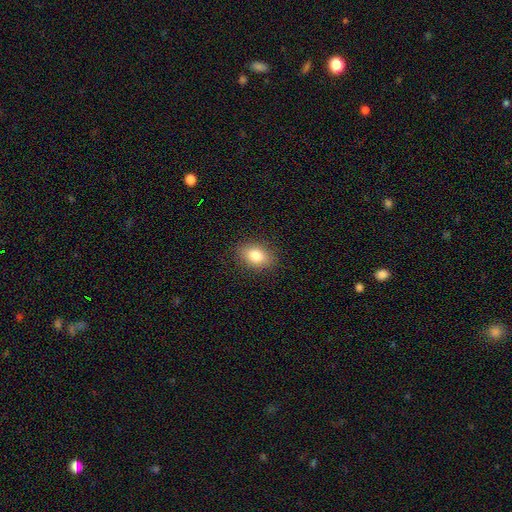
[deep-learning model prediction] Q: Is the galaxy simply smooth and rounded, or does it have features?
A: smooth — 82%.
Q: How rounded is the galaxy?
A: in between — 72%.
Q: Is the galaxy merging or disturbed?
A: none — 87%.